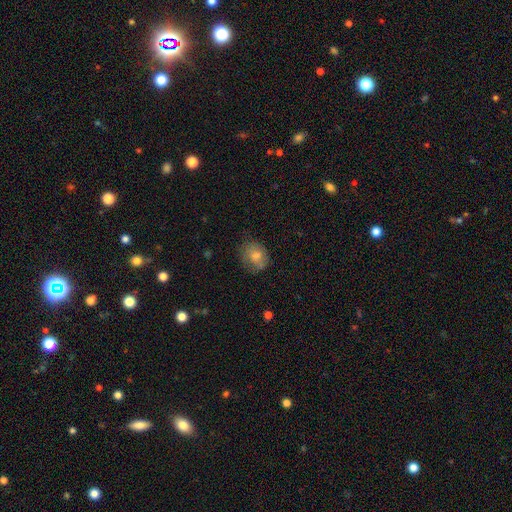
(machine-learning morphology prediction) Q: Smooth or featured?
A: smooth (67%); runner-up: featured or disk (21%)
Q: How rounded?
A: round (61%); runner-up: in between (37%)
Q: Merging?
A: none (68%); runner-up: minor disturbance (23%)